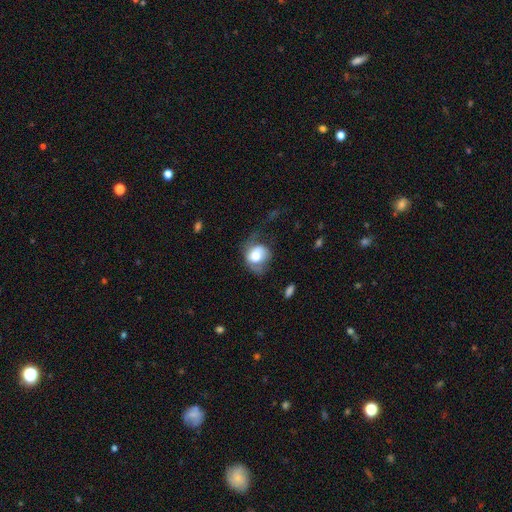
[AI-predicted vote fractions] Smooth or featured: smooth — 57% (featured or disk — 36%)
How rounded: round — 62% (in between — 37%)
Merging: major disturbance — 43% (none — 29%)